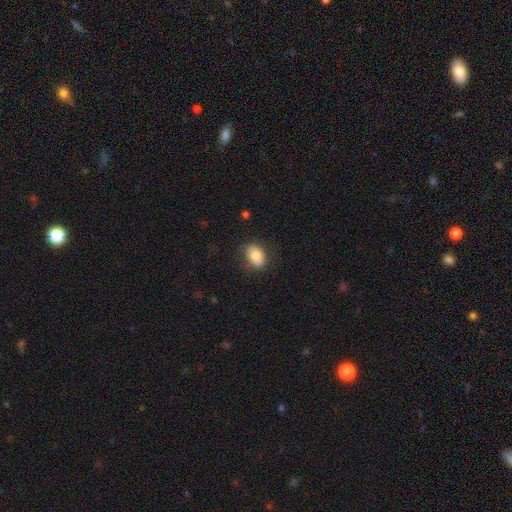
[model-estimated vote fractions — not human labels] Smooth or featured: smooth — 80% (featured or disk — 13%)
How rounded: in between — 79% (round — 20%)
Merging: none — 76% (minor disturbance — 18%)